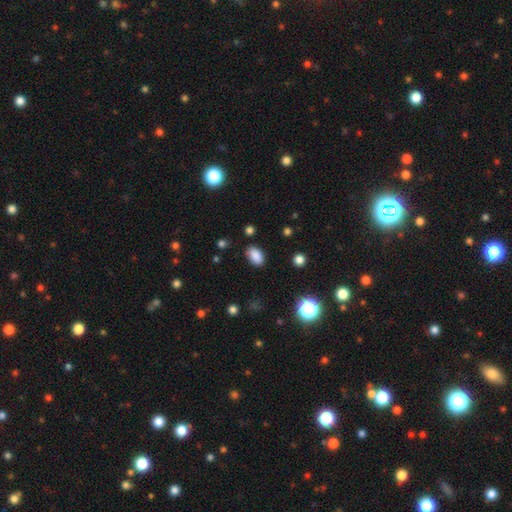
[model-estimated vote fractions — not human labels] A smooth galaxy with no disk features (86%) that is in between round and cigar-shaped (90%). Merging: none (84%).